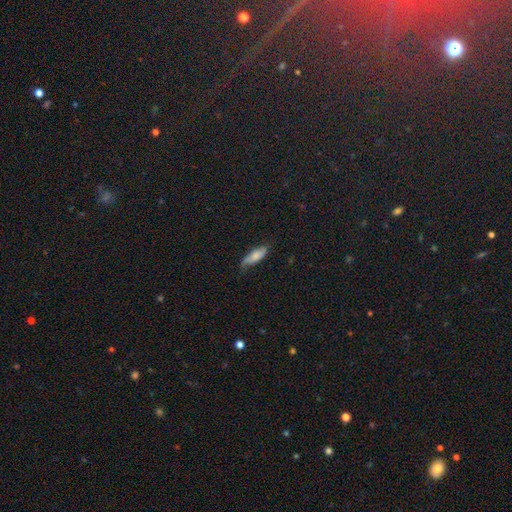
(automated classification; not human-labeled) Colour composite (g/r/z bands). It shows a smooth galaxy with no disk features (73%) that is in between round and cigar-shaped (57%). Merging: none (65%).